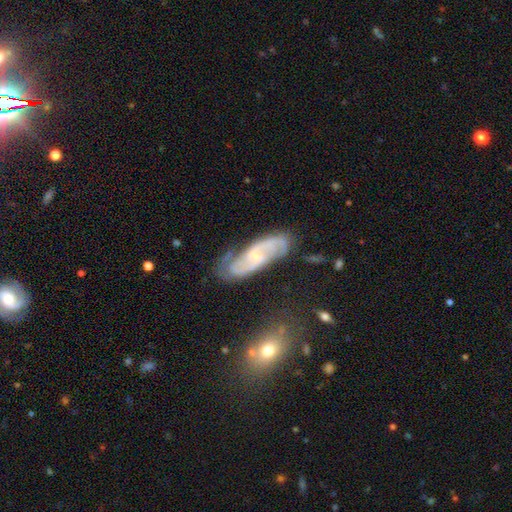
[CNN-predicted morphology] The model was most divided on "bar": weak: 45%, no: 41%, strong: 14%. Remaining: spiral arms — yes (94%); edge-on disk — no (90%); smooth or featured — featured or disk (80%); spiral arm count — 2 (72%); merging — none (70%); bulge size — small (66%); spiral winding — medium (47%).